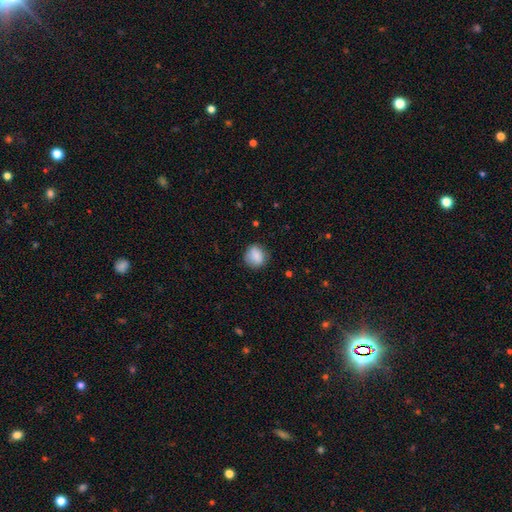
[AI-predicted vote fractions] Smooth or featured? Predicted: smooth (p=0.84). How rounded? Predicted: round (p=0.79). Merging? Predicted: none (p=0.77).